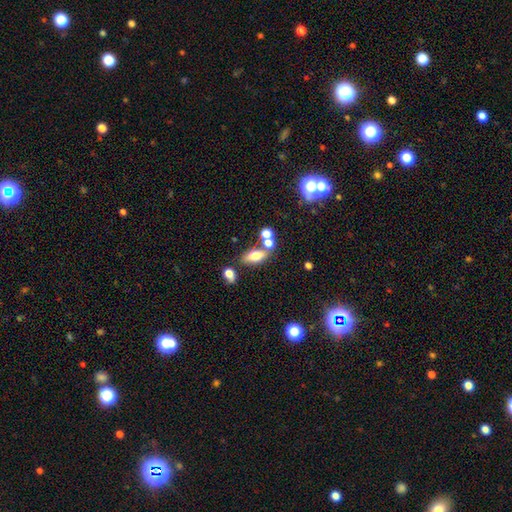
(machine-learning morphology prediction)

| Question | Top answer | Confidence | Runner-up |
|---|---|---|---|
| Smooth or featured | smooth | 69% | featured or disk (20%) |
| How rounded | in between | 77% | cigar-shaped (14%) |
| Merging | none | 55% | merger (26%) |